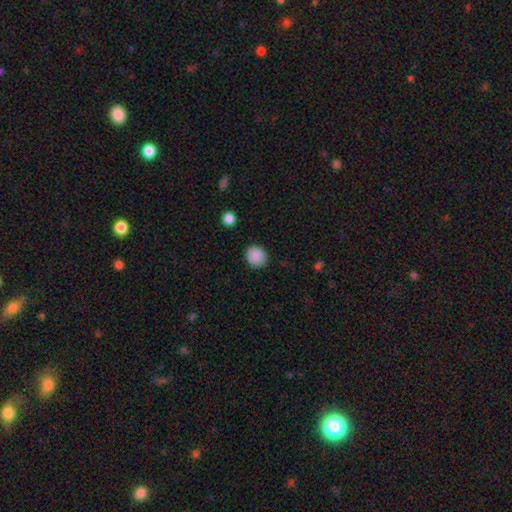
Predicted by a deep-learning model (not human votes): smooth_or_featured: smooth (p=0.88) [alt: star or artifact p=0.09]
how_rounded: round (p=0.84) [alt: in between p=0.15]
merging: none (p=0.89) [alt: minor disturbance p=0.08]